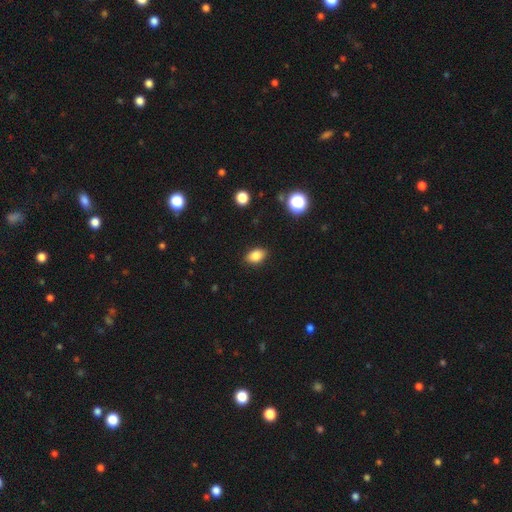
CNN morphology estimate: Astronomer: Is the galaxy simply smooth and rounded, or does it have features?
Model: smooth — 84%.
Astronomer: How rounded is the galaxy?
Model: in between — 84%.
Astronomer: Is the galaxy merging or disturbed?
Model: none — 88%.